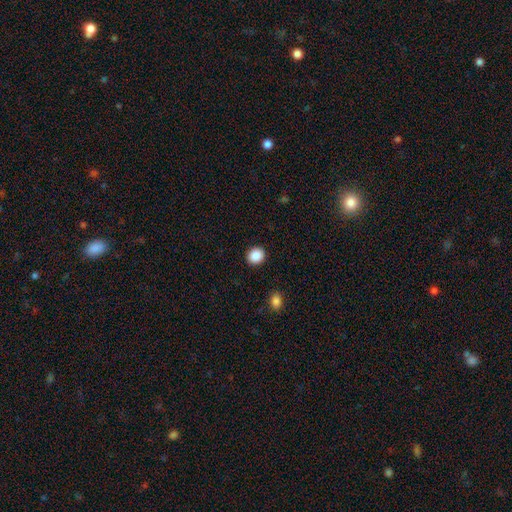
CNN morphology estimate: Smooth or featured: smooth — 88% (star or artifact — 9%)
How rounded: round — 80% (in between — 19%)
Merging: none — 92% (minor disturbance — 5%)